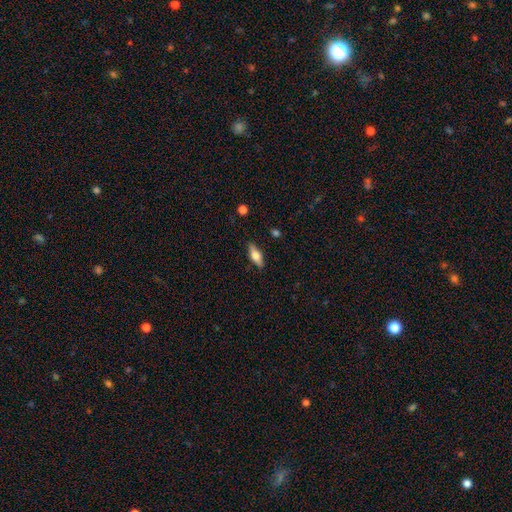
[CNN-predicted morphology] A smooth galaxy with no disk features (56%) that is in between round and cigar-shaped (66%). Merging: none (87%).